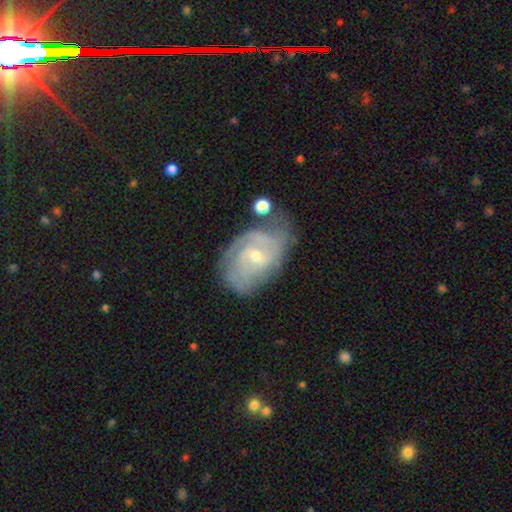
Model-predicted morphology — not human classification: This appears to be a featured or disk galaxy (82%) with no bar (49%), tight (55%) spiral arms (94%) and a small central bulge (64%). Merging: none (57%).